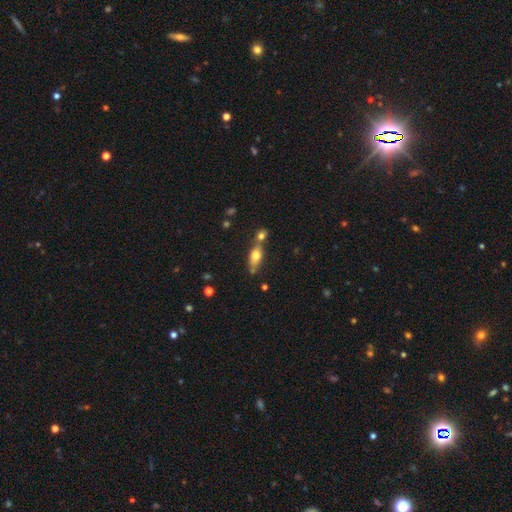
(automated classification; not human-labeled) smooth 69%, featured or disk 22%, star or artifact 9%. Down the decision tree: how rounded — in between (73%); merging — none (48%).